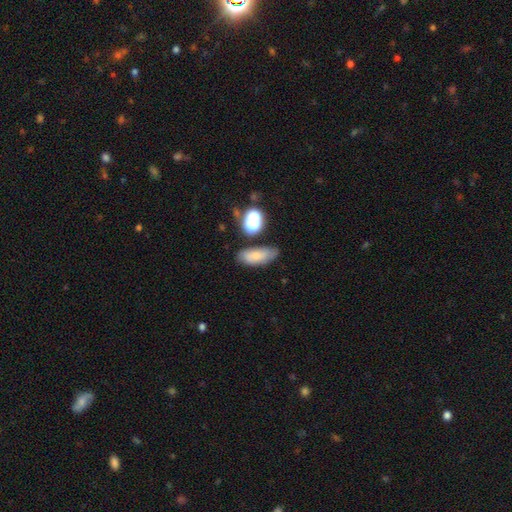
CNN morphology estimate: The model was most divided on "merging": none: 65%, minor disturbance: 21%, merger: 8%, major disturbance: 6%. More confident: how rounded — in between (79%); smooth or featured — smooth (67%).